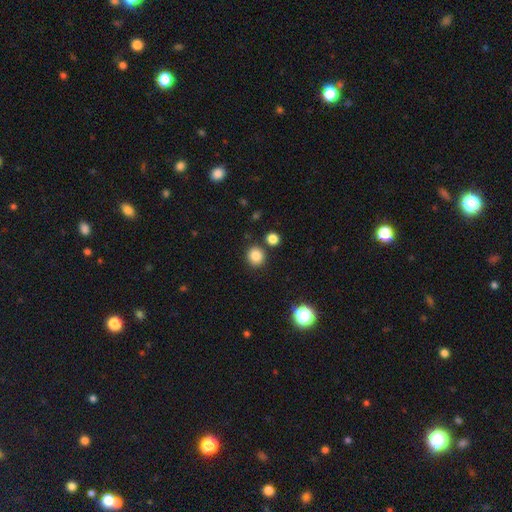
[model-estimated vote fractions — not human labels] This is clearly a smooth galaxy (84%). How rounded: clearly round (87%). Merging: clearly none (84%).